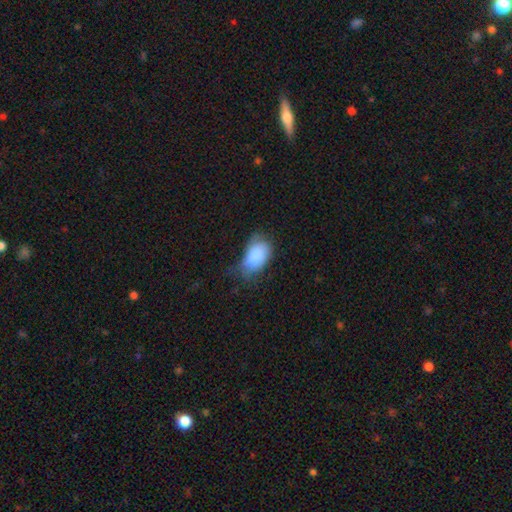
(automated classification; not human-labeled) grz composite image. It shows a smooth galaxy with no disk features (82%) that is in between round and cigar-shaped (91%). Merging: minor disturbance (41%).